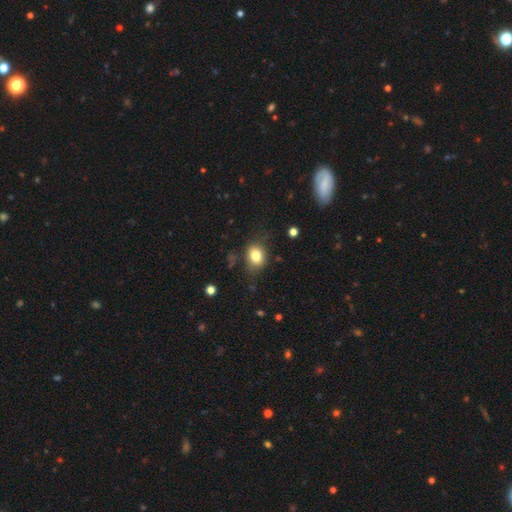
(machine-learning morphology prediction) smooth_or_featured: smooth (p=0.79) [alt: star or artifact p=0.11]
how_rounded: in between (p=0.53) [alt: round p=0.46]
merging: none (p=0.73) [alt: minor disturbance p=0.19]